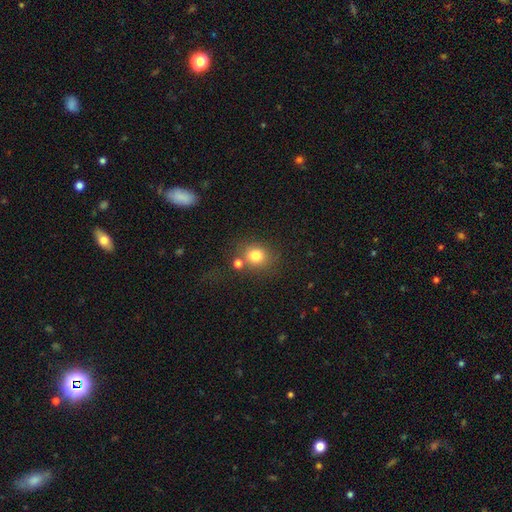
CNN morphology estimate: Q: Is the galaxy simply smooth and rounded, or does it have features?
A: smooth — 78%.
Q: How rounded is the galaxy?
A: round — 79%.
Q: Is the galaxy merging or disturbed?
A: none — 65%.